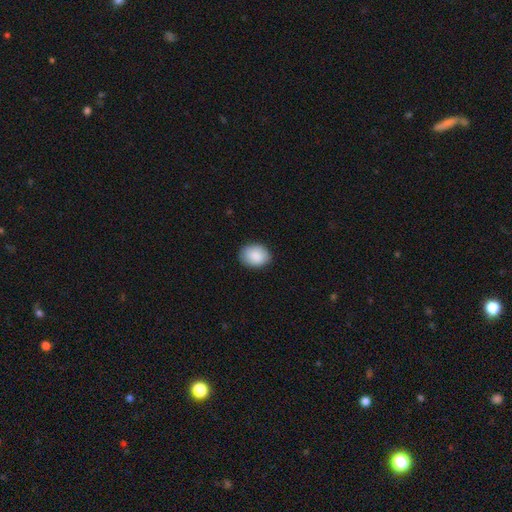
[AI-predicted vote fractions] Overall: smooth (89%). How rounded: in between (65%; round 34%). Merging: none (85%).